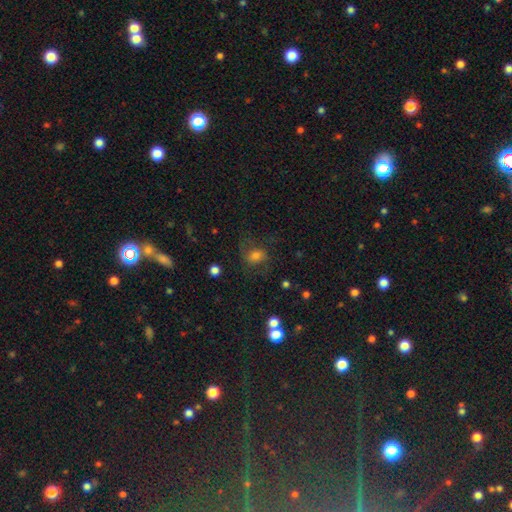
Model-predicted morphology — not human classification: Smooth or featured?
  - smooth: 53% *
  - featured or disk: 31%
  - star or artifact: 16%
How rounded?
  - round: 56% *
  - in between: 42%
  - cigar-shaped: 1%
Merging?
  - none: 58% *
  - major disturbance: 21%
  - minor disturbance: 20%
  - merger: 2%